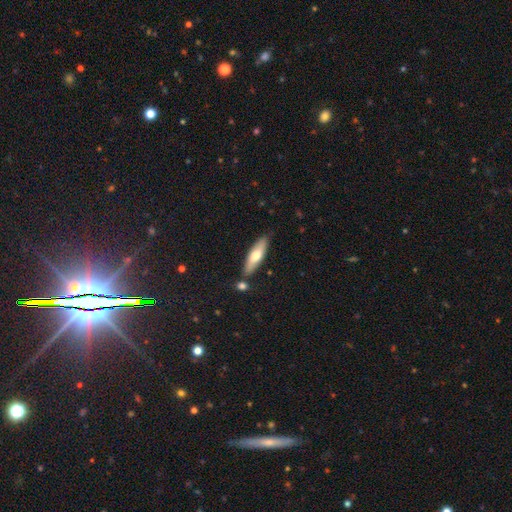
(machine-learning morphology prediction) A smooth galaxy with no disk features (63%) that is cigar-shaped (59%).

Vote fractions:
- Smooth or featured? smooth: 63% / featured or disk: 32% / star or artifact: 5%
- How rounded? cigar-shaped: 59% / in between: 39% / round: 2%
- Merging? none: 79% / minor disturbance: 12% / merger: 6% / major disturbance: 2%